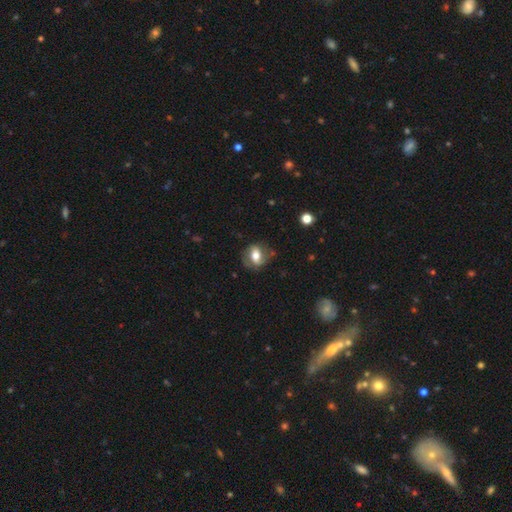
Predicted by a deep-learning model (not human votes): Morphology: type=featured or disk (50%); merging=none (68%).